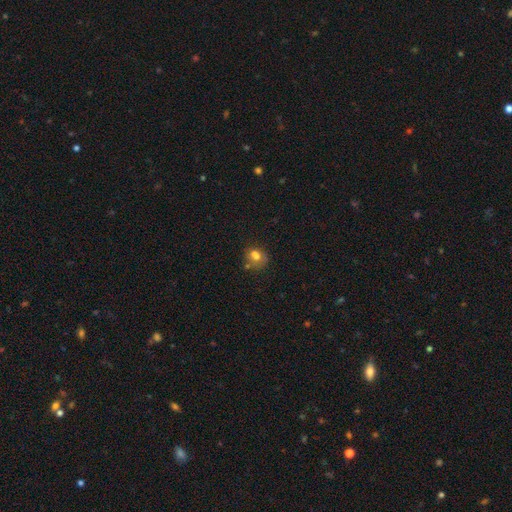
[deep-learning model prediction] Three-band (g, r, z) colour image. It shows a smooth galaxy with no disk features (68%) that is round (58%). Merging: none (43%).